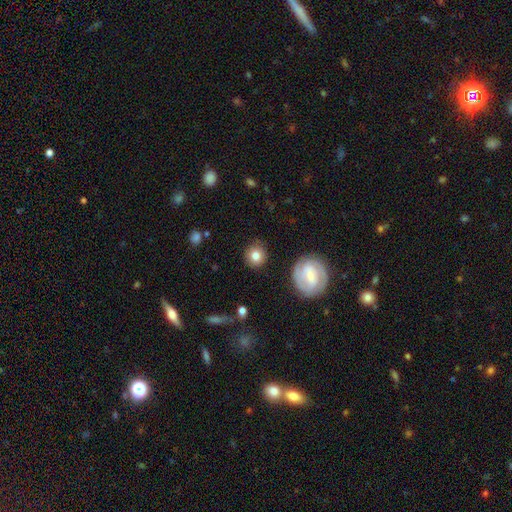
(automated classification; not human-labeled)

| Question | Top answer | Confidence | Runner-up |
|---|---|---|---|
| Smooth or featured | smooth | 78% | featured or disk (14%) |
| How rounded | round | 89% | in between (9%) |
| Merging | none | 87% | minor disturbance (9%) |